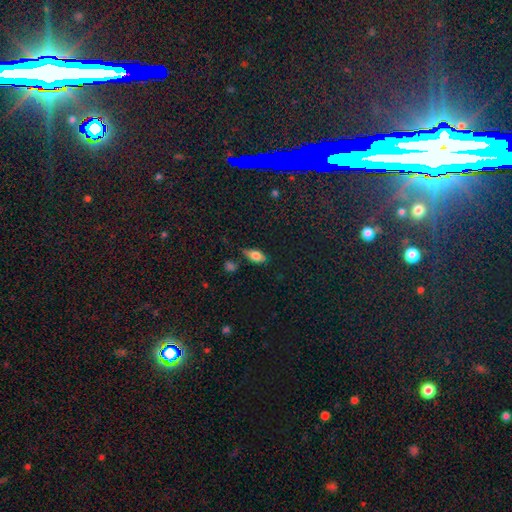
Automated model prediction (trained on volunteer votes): Q: Smooth or featured?
A: smooth (72%); runner-up: featured or disk (18%)
Q: How rounded?
A: in between (83%); runner-up: cigar-shaped (9%)
Q: Merging?
A: none (63%); runner-up: minor disturbance (26%)